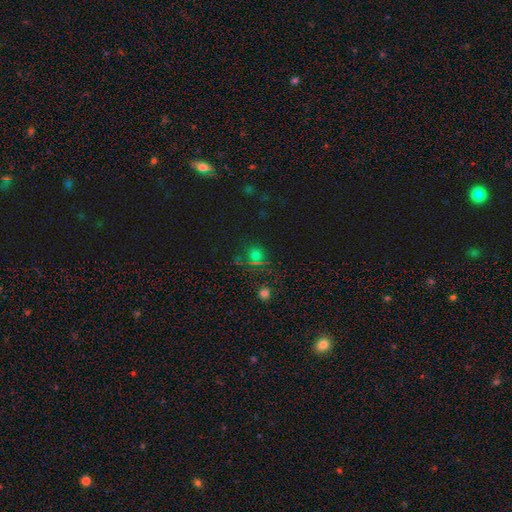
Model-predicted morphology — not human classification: smooth-or-featured: star or artifact: 51% | smooth: 41% | featured or disk: 8%